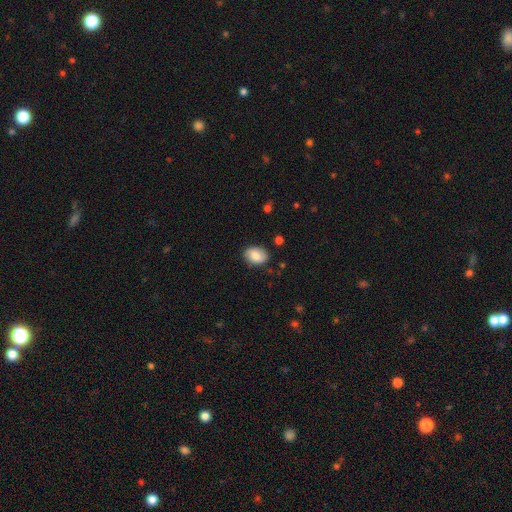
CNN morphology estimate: Q: Smooth or featured?
A: smooth (70%); runner-up: featured or disk (23%)
Q: How rounded?
A: in between (74%); runner-up: round (25%)
Q: Merging?
A: none (80%); runner-up: minor disturbance (15%)